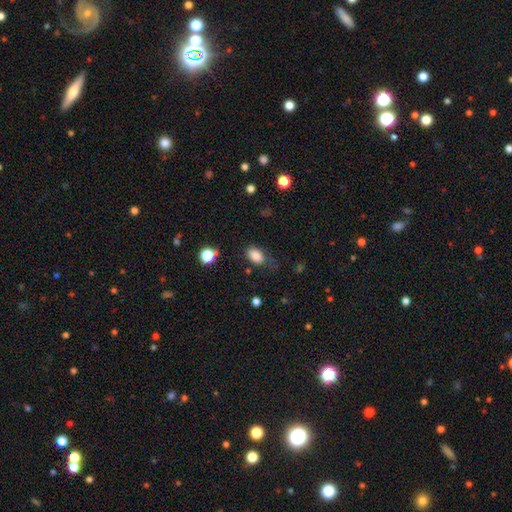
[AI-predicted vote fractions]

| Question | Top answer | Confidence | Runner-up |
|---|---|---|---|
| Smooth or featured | smooth | 84% | star or artifact (10%) |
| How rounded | in between | 87% | round (11%) |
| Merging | none | 59% | minor disturbance (27%) |